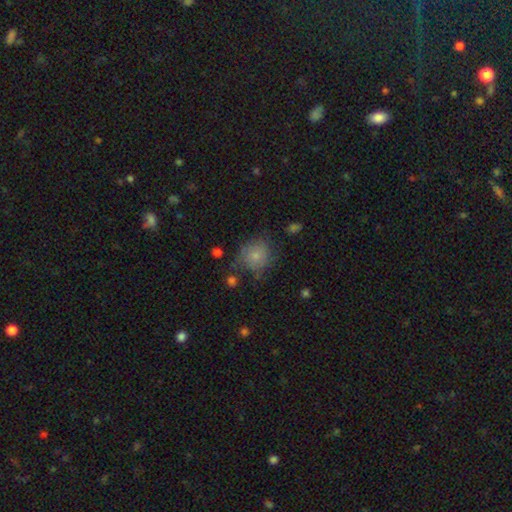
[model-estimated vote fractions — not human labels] This appears to be a smooth galaxy with no disk features (78%) that is round (82%). Merging: none (67%).